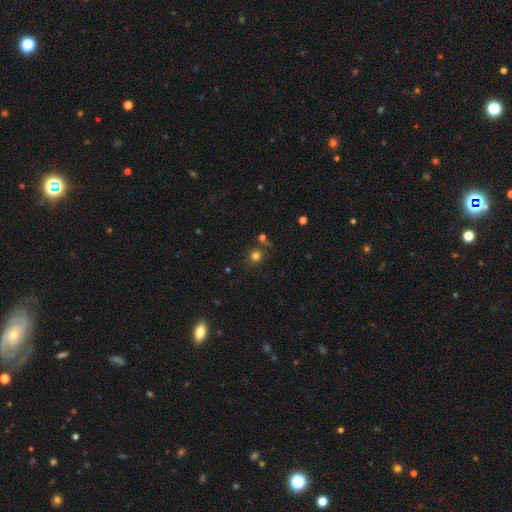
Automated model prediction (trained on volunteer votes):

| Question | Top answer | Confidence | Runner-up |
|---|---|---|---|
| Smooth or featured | smooth | 75% | star or artifact (18%) |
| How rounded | round | 89% | in between (10%) |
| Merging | none | 76% | merger (10%) |